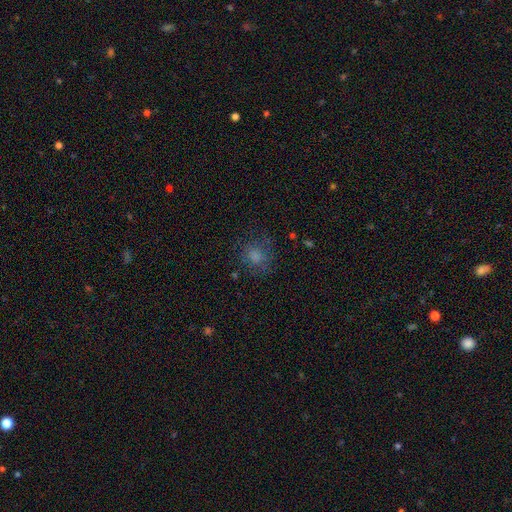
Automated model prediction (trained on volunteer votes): Smooth or featured?
  - smooth: 77% *
  - star or artifact: 14%
  - featured or disk: 10%
How rounded?
  - round: 78% *
  - in between: 21%
  - cigar-shaped: 1%
Merging?
  - none: 71% *
  - minor disturbance: 17%
  - major disturbance: 10%
  - merger: 2%